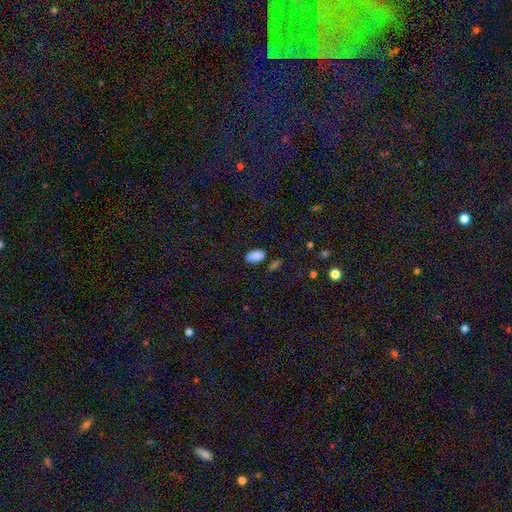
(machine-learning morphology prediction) Smooth or featured? smooth (86%)
How rounded? in between (95%)
Merging? none (78%)